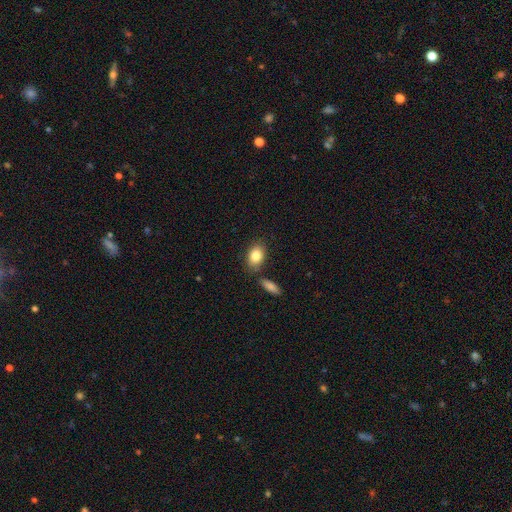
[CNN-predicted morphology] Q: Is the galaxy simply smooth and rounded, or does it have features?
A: smooth — 83%.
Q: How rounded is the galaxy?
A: in between — 82%.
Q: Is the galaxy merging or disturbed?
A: none — 71%.